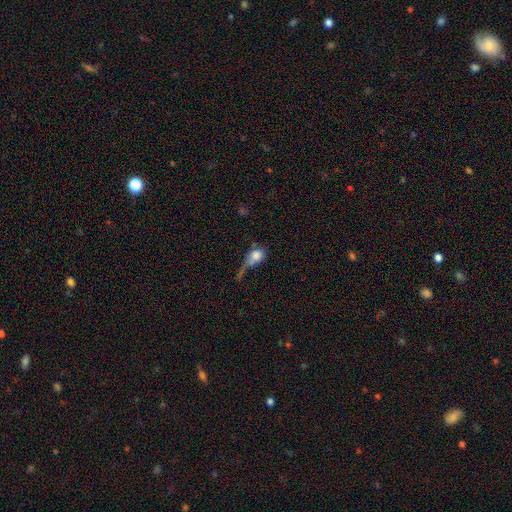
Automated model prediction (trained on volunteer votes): Smooth or featured: smooth — 70% (featured or disk — 19%)
How rounded: in between — 50% (round — 45%)
Merging: major disturbance — 35% (none — 24%)